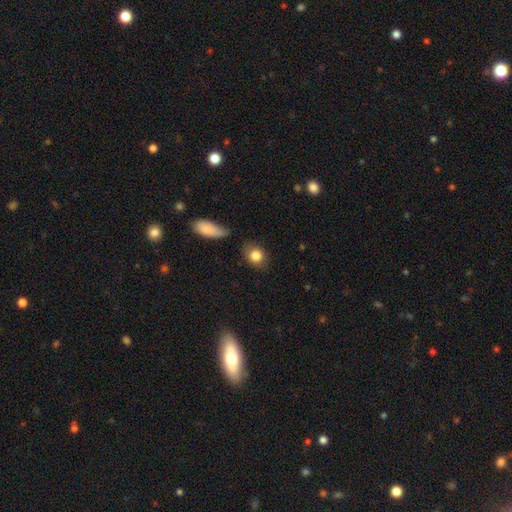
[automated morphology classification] Smooth or featured? Predicted: smooth (p=0.83). How rounded? Predicted: round (p=0.52). Merging? Predicted: none (p=0.75).